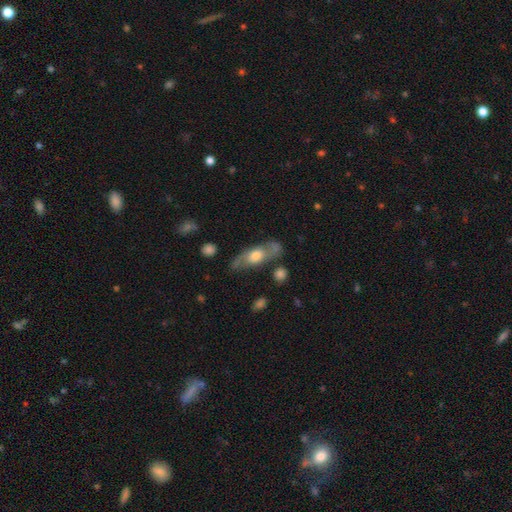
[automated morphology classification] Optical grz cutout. It shows a featured or disk galaxy (55%). Merging: none (65%).